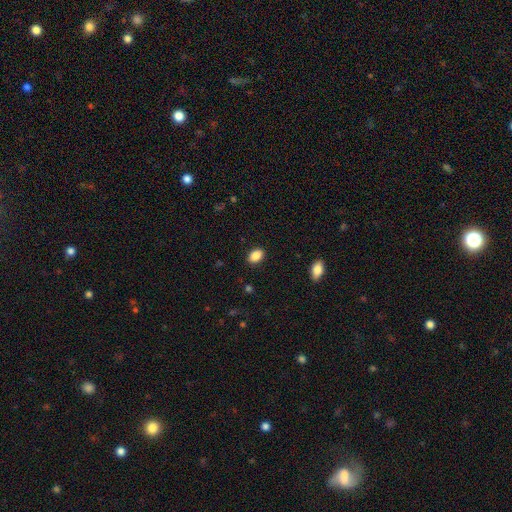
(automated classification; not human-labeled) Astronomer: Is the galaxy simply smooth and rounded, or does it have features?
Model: smooth — 88%.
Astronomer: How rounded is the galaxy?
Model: in between — 85%.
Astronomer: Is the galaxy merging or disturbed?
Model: none — 88%.